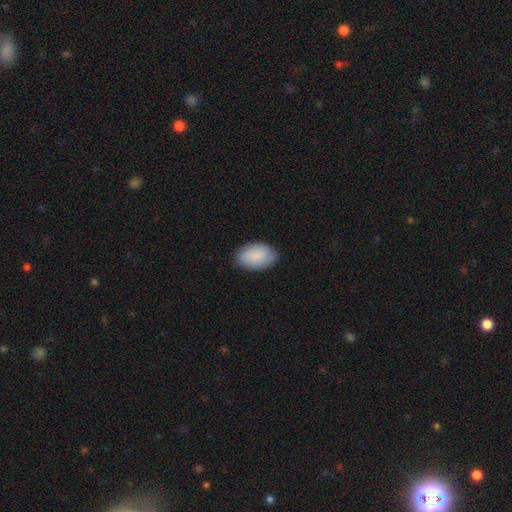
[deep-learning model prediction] This appears to be a smooth galaxy with no disk features (89%) that is in between round and cigar-shaped (92%). Merging: none (85%).